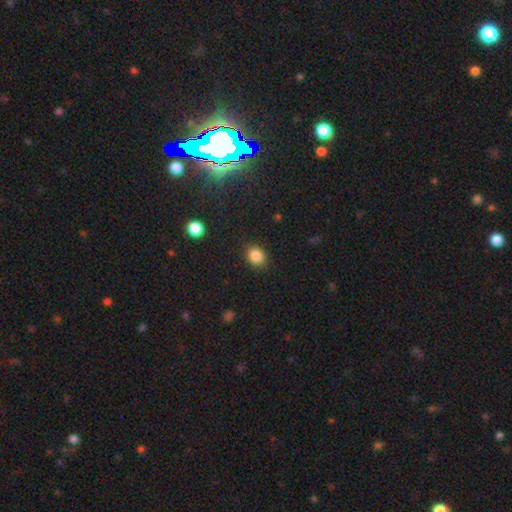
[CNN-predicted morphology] smooth_or_featured: smooth (p=0.86) [alt: star or artifact p=0.10]
how_rounded: round (p=0.62) [alt: in between p=0.37]
merging: none (p=0.87) [alt: minor disturbance p=0.09]